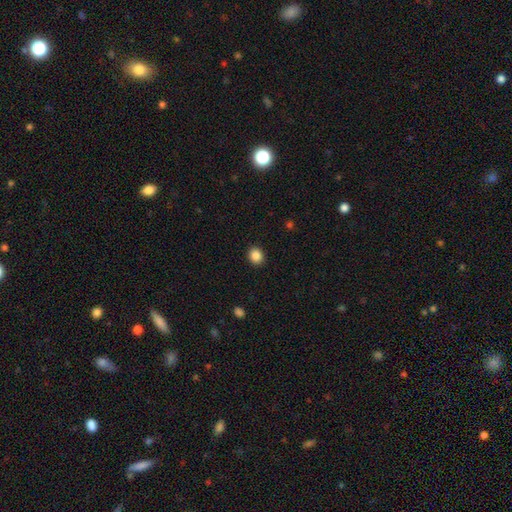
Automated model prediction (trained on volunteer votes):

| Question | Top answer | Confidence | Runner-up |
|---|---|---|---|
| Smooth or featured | smooth | 87% | star or artifact (10%) |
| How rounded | round | 73% | in between (26%) |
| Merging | none | 92% | minor disturbance (6%) |